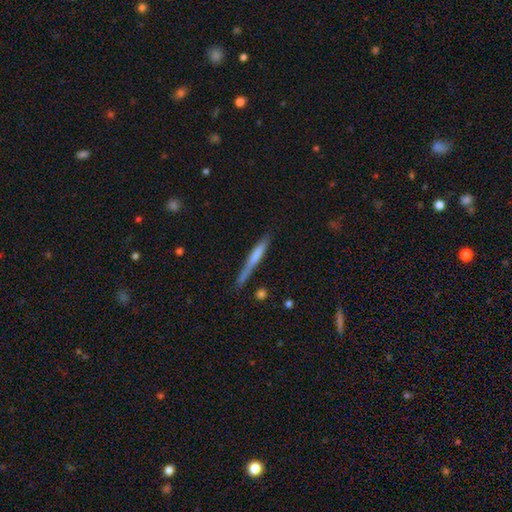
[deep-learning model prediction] Smooth or featured? smooth (58%)
How rounded? cigar-shaped (95%)
Merging? none (69%)